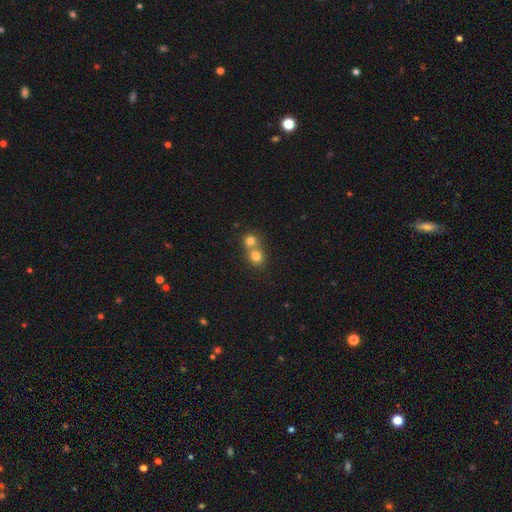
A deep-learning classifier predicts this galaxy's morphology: Q: Smooth or featured?
A: smooth (78%); runner-up: star or artifact (12%)
Q: How rounded?
A: round (81%); runner-up: in between (18%)
Q: Merging?
A: merger (57%); runner-up: none (37%)